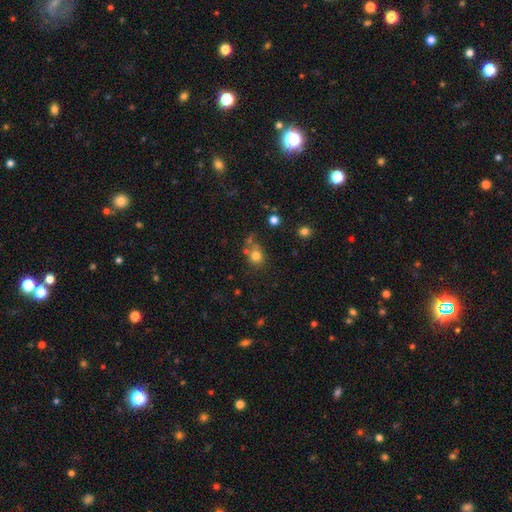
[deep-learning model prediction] smooth_or_featured: smooth (p=0.77) [alt: star or artifact p=0.14]
how_rounded: round (p=0.75) [alt: in between p=0.24]
merging: none (p=0.56) [alt: merger p=0.20]